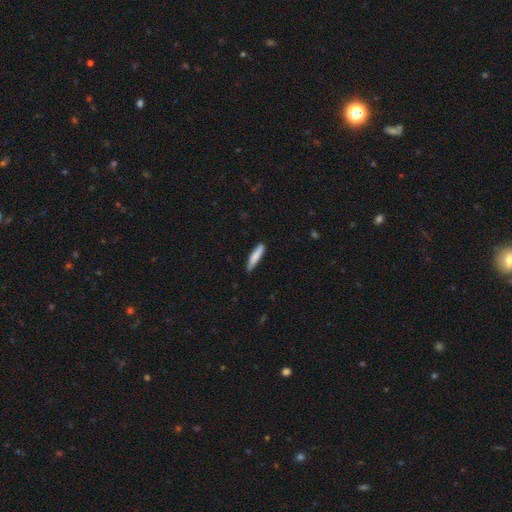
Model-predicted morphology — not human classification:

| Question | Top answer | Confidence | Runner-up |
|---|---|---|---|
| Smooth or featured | smooth | 83% | featured or disk (12%) |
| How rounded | cigar-shaped | 87% | in between (12%) |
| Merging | none | 84% | minor disturbance (13%) |